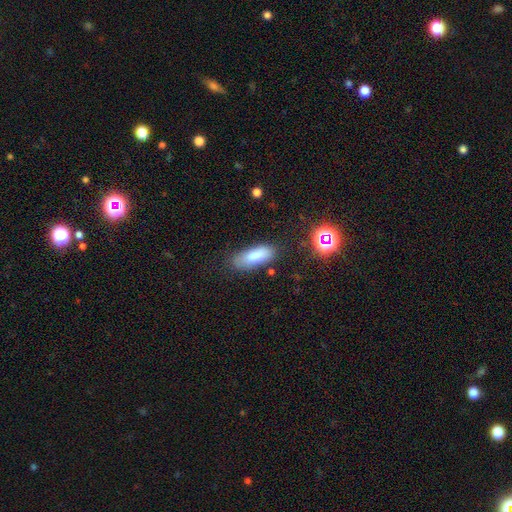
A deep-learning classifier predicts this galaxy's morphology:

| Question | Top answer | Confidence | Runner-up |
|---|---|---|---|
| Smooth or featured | smooth | 82% | featured or disk (10%) |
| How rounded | in between | 74% | cigar-shaped (24%) |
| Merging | none | 71% | minor disturbance (20%) |